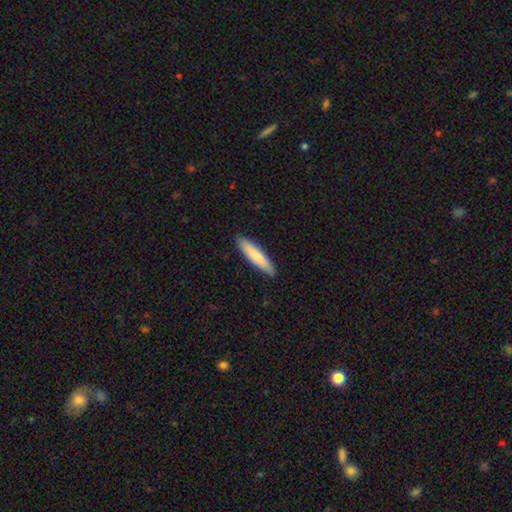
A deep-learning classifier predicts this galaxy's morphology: Smooth or featured?
  - smooth: 79% *
  - featured or disk: 16%
  - star or artifact: 5%
How rounded?
  - cigar-shaped: 85% *
  - in between: 14%
  - round: 1%
Merging?
  - none: 90% *
  - minor disturbance: 7%
  - major disturbance: 1%
  - merger: 1%